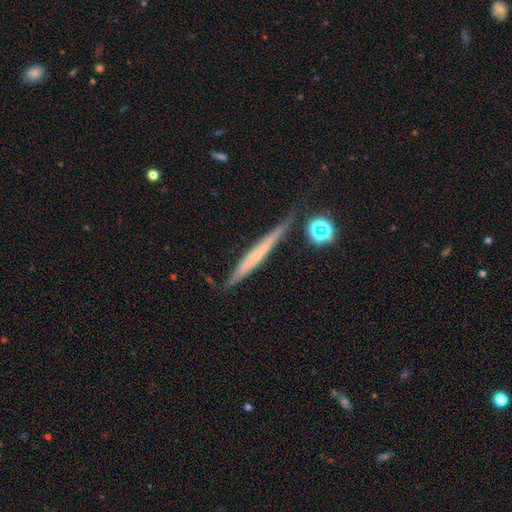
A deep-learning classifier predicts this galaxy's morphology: Q: Smooth or featured?
A: featured or disk (53%); runner-up: smooth (40%)
Q: Edge-on disk?
A: yes (94%); runner-up: no (6%)
Q: Merging?
A: none (81%); runner-up: minor disturbance (13%)